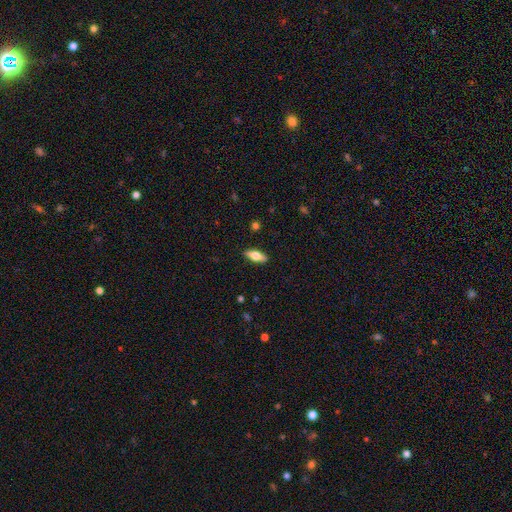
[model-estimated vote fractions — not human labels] The model was most divided on "smooth or featured": smooth: 55%, featured or disk: 38%, star or artifact: 7%. More confident: merging — none (89%); how rounded — in between (68%).